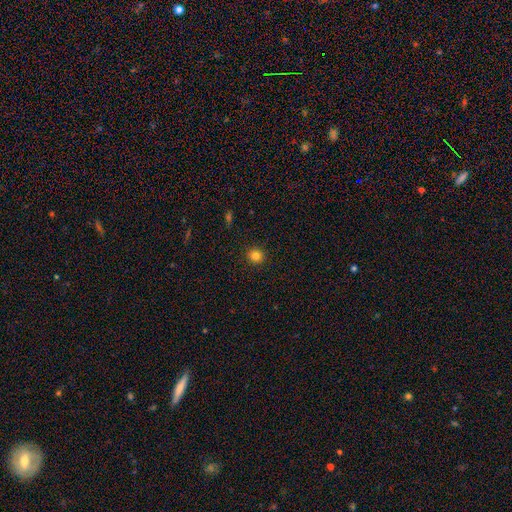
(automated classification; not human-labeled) Morphology: type=smooth (82%); roundness=round (93%); merging=none (93%).